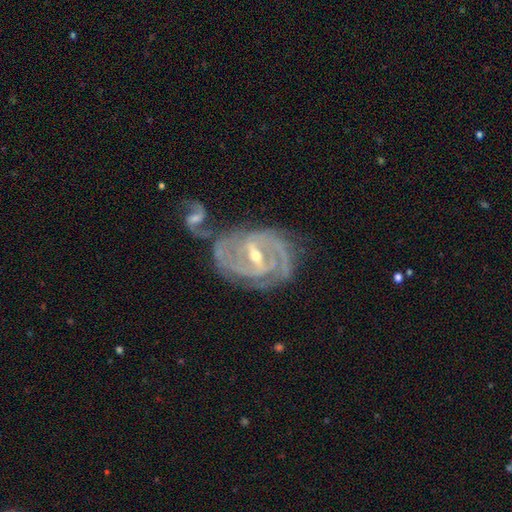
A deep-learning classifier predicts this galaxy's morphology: Smooth or featured?
  - featured or disk: 91% *
  - star or artifact: 5%
  - smooth: 4%
Edge-on disk?
  - no: 97% *
  - yes: 3%
Bar?
  - strong: 61% *
  - weak: 32%
  - no: 7%
Spiral arms?
  - yes: 97% *
  - no: 3%
Spiral winding?
  - tight: 58% *
  - medium: 35%
  - loose: 8%
Spiral arm count?
  - 2: 45% *
  - 3: 25%
  - can't tell: 14%
  - 4: 7%
  - 1: 4%
  - more than 4: 4%
Bulge size?
  - moderate: 54% *
  - small: 43%
  - large: 1%
  - none: 1%
  - dominant: 1%
Merging?
  - none: 48% *
  - merger: 24%
  - minor disturbance: 18%
  - major disturbance: 10%